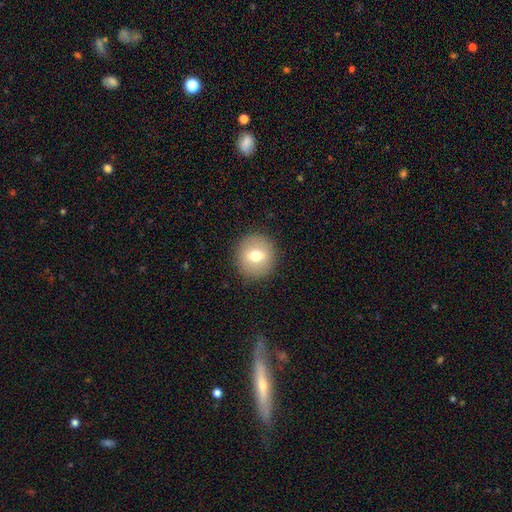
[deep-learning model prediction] smooth-or-featured: smooth: 66% | featured or disk: 25% | star or artifact: 9%
  how-rounded: round: 91% | in between: 8% | cigar-shaped: 1%
  merging: none: 90% | minor disturbance: 7% | major disturbance: 3% | merger: 1%